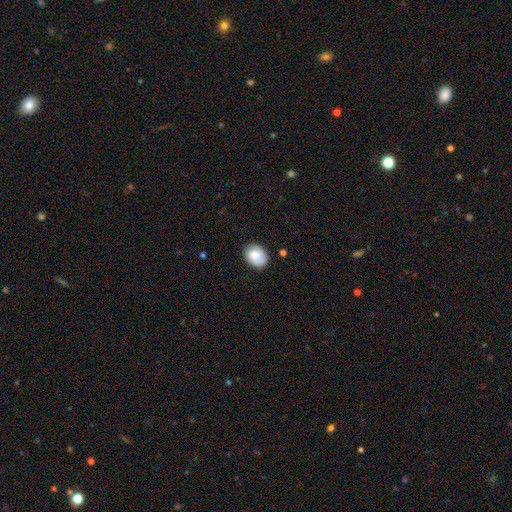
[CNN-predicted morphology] Smooth or featured: smooth — 78% (featured or disk — 15%)
How rounded: in between — 60% (round — 39%)
Merging: none — 80% (minor disturbance — 15%)